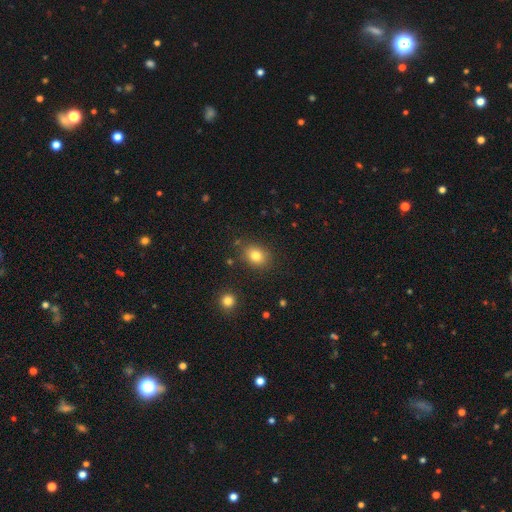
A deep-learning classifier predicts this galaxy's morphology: Q: Smooth or featured?
A: smooth (81%); runner-up: star or artifact (11%)
Q: How rounded?
A: in between (55%); runner-up: round (44%)
Q: Merging?
A: none (83%); runner-up: minor disturbance (10%)